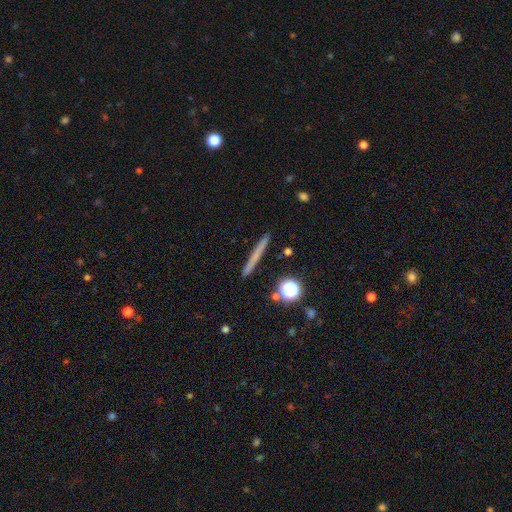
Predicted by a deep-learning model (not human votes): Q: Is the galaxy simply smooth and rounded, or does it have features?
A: smooth — 56%.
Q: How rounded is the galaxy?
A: cigar-shaped — 95%.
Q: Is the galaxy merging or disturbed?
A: none — 91%.